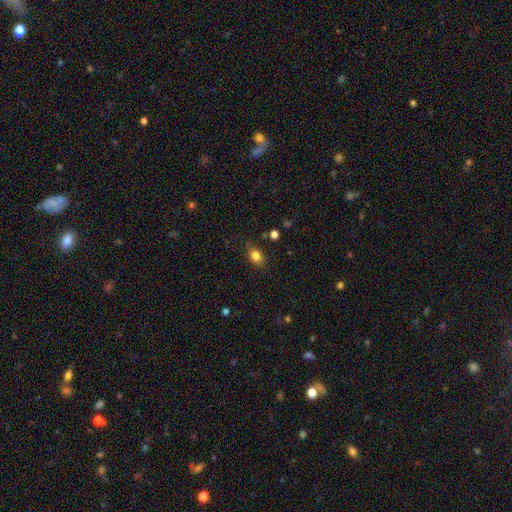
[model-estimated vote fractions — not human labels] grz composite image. It shows a smooth galaxy with no disk features (83%) that is in between round and cigar-shaped (70%). Merging: none (80%).